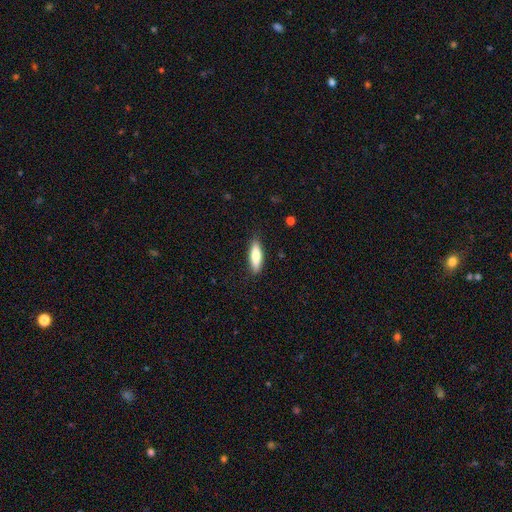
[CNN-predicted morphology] smooth-or-featured: smooth: 77% | featured or disk: 17% | star or artifact: 6%
  how-rounded: in between: 50% | cigar-shaped: 48% | round: 2%
  merging: none: 86% | minor disturbance: 10% | major disturbance: 2% | merger: 1%